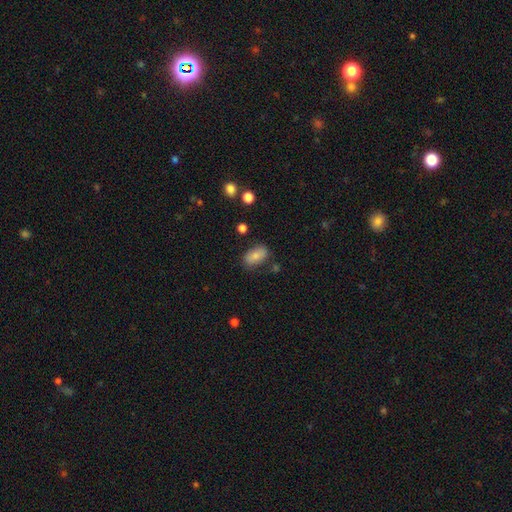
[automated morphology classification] Q: Smooth or featured?
A: smooth (79%); runner-up: featured or disk (13%)
Q: How rounded?
A: in between (90%); runner-up: round (6%)
Q: Merging?
A: none (77%); runner-up: minor disturbance (16%)